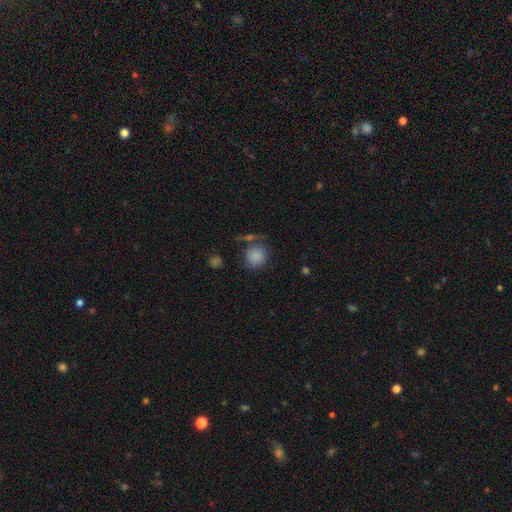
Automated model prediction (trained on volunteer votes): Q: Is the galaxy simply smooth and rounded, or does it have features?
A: smooth — 85%.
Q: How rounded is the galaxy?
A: round — 87%.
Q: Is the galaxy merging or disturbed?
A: none — 64%.